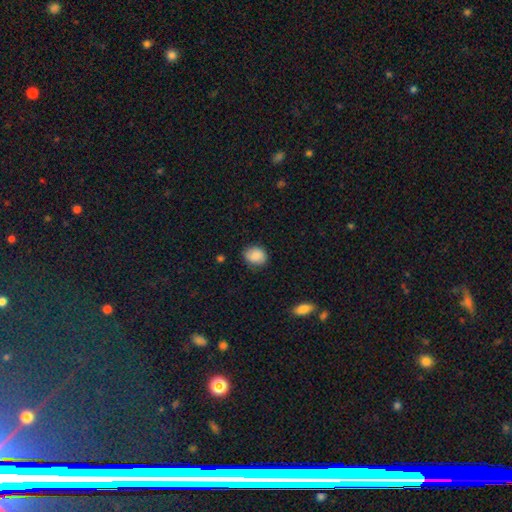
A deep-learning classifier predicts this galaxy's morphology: The model was most divided on "how rounded": round: 52%, in between: 47%, cigar-shaped: 1%. More confident: smooth or featured — smooth (84%); merging — none (81%).